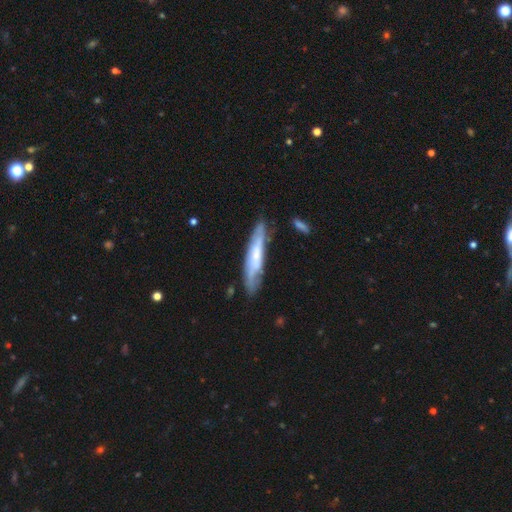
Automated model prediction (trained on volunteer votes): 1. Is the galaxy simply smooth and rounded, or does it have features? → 54% featured or disk, 40% smooth, 6% star or artifact.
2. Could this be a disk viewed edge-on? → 58% yes, 42% no.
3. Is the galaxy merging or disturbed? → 72% none, 19% minor disturbance, 5% major disturbance, 4% merger.